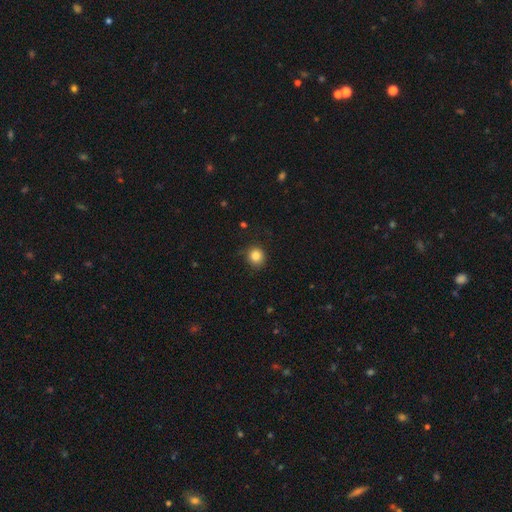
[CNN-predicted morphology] A smooth galaxy with no disk features (84%) that is round (89%). Merging: none (82%).